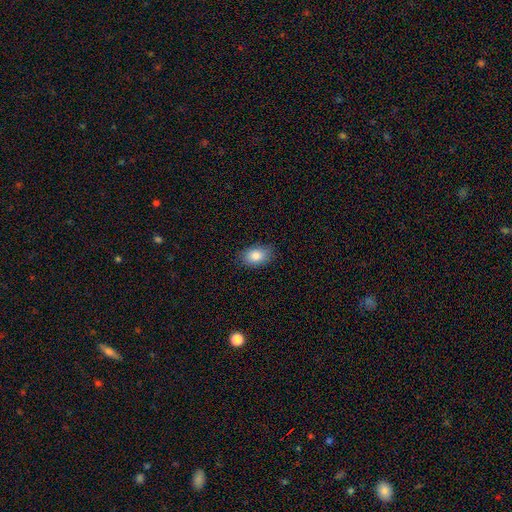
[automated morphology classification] Smooth or featured? Predicted: smooth (p=0.85). How rounded? Predicted: in between (p=0.85). Merging? Predicted: none (p=0.83).